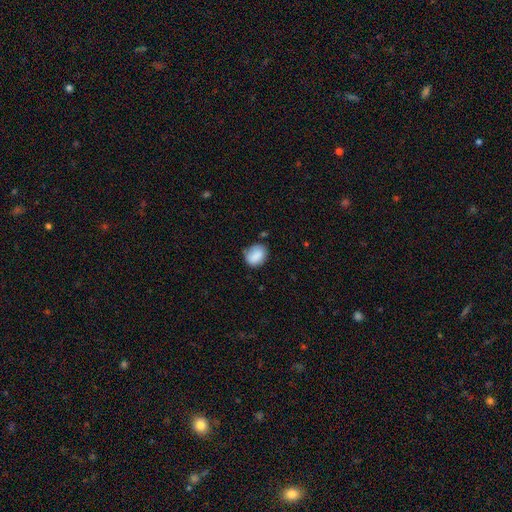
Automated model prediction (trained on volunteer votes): Smooth or featured? Predicted: smooth (p=0.87). How rounded? Predicted: in between (p=0.52). Merging? Predicted: none (p=0.70).